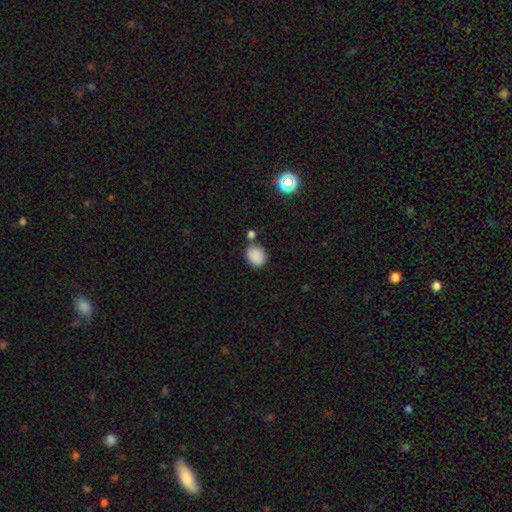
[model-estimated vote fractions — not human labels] Q: Smooth or featured?
A: smooth (86%); runner-up: star or artifact (10%)
Q: How rounded?
A: round (54%); runner-up: in between (45%)
Q: Merging?
A: none (66%); runner-up: minor disturbance (16%)